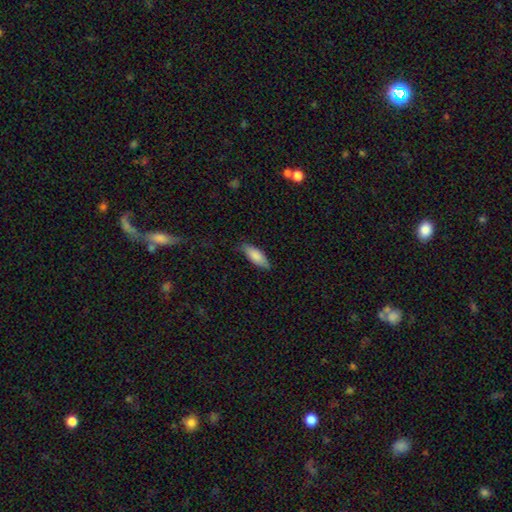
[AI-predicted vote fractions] smooth 85%, featured or disk 9%, star or artifact 6%. Down the decision tree: how rounded — in between (72%); merging — none (77%).